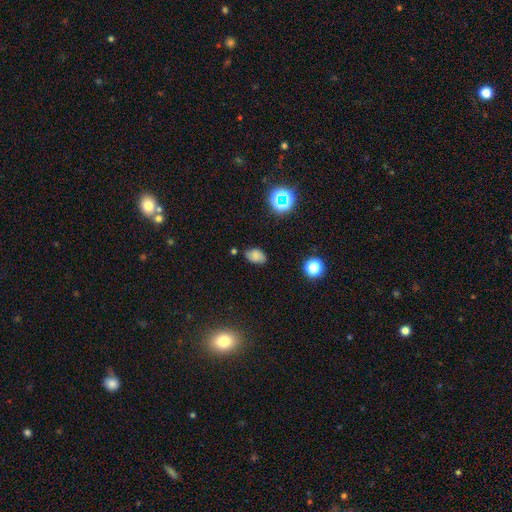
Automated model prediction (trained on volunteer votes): This appears to be a smooth galaxy with no disk features (73%) that is in between round and cigar-shaped (85%). Merging: none (77%).